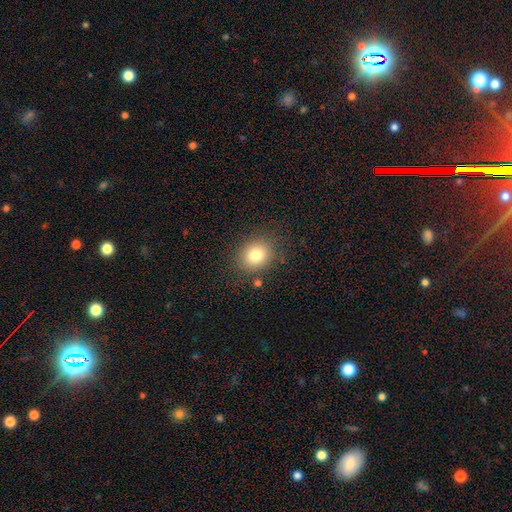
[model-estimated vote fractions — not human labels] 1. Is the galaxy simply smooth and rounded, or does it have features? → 80% smooth, 12% star or artifact, 8% featured or disk.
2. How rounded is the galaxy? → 61% round, 38% in between, 1% cigar-shaped.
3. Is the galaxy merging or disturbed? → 85% none, 9% minor disturbance, 3% major disturbance, 2% merger.